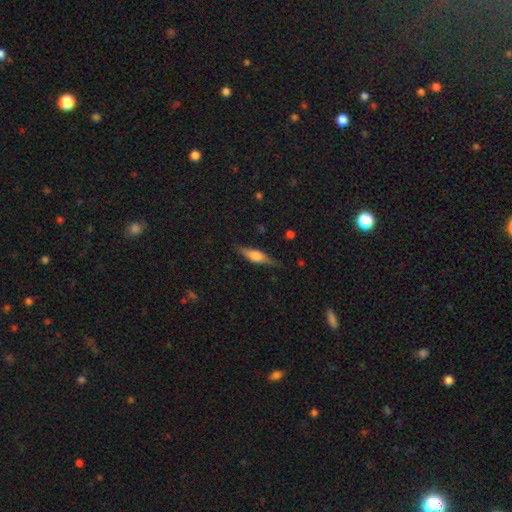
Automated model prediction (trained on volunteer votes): This is possibly a featured or disk galaxy (53%). It is clearly viewed edge-on (94%). Merging: clearly none (82%).